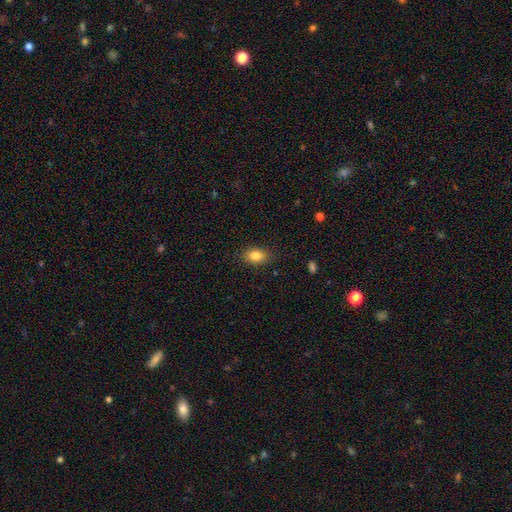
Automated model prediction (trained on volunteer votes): Q: Smooth or featured?
A: smooth (83%); runner-up: star or artifact (9%)
Q: How rounded?
A: in between (82%); runner-up: round (16%)
Q: Merging?
A: none (85%); runner-up: minor disturbance (11%)